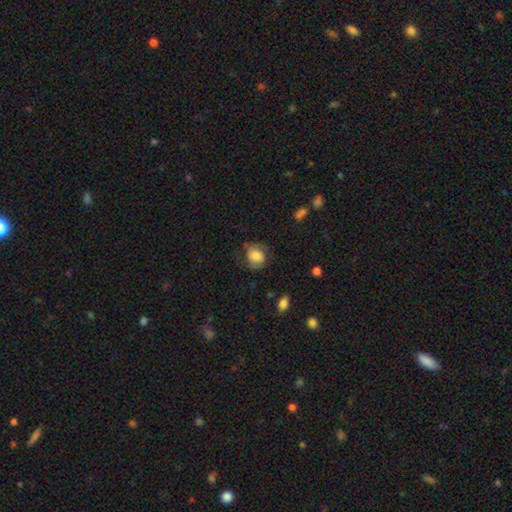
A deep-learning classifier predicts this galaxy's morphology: smooth 76%, featured or disk 16%, star or artifact 8%. Down the decision tree: how rounded — round (57%); merging — none (60%).